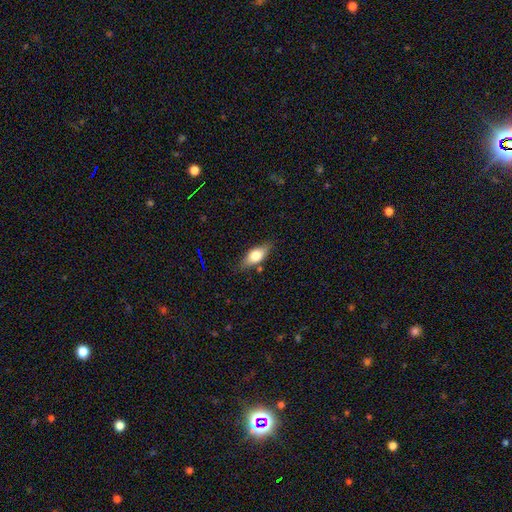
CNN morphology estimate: This is likely a smooth galaxy (69%). How rounded: clearly in between (80%). Merging: likely none (77%).